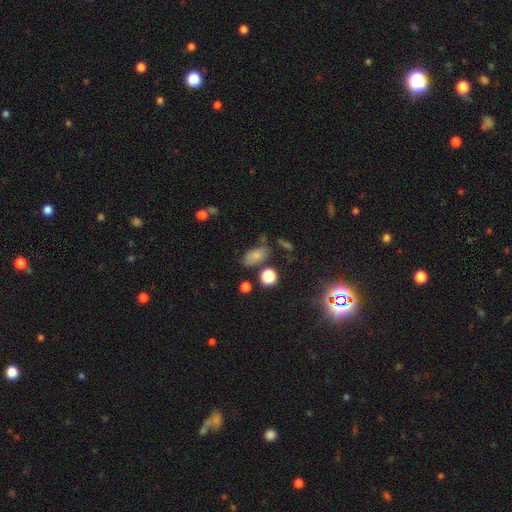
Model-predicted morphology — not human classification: Smooth or featured? smooth (75%)
How rounded? in between (86%)
Merging? none (62%)